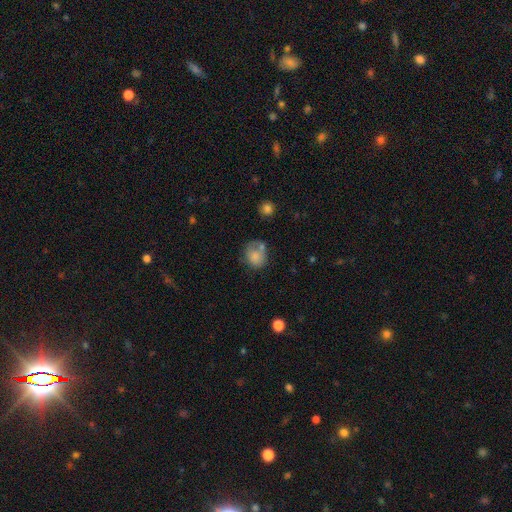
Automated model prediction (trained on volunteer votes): This is likely a smooth galaxy (76%). How rounded: likely round (65%). Merging: marginally none (45%).